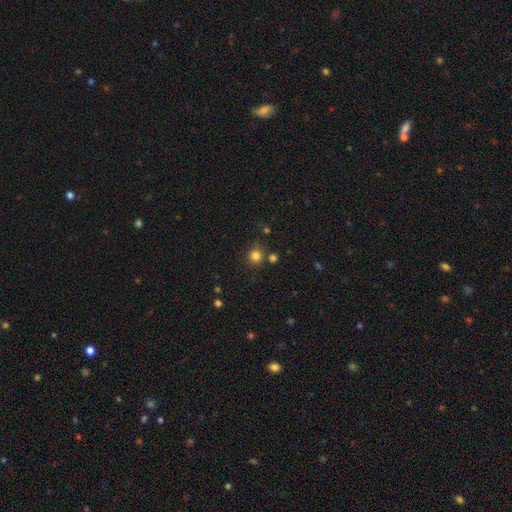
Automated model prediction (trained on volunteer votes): Smooth or featured? smooth (80%)
How rounded? round (90%)
Merging? none (79%)